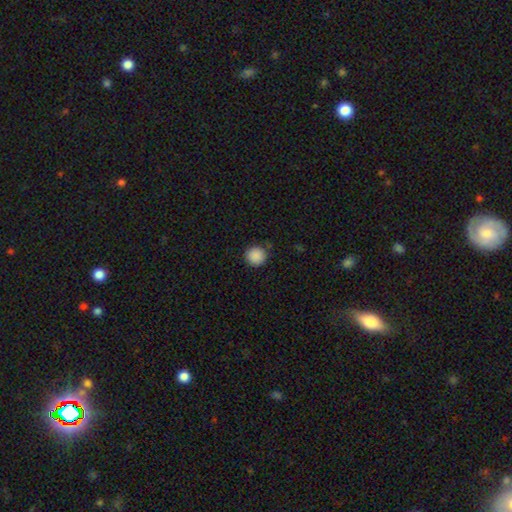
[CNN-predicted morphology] type=smooth (89%); roundness=round (95%); merging=none (86%).